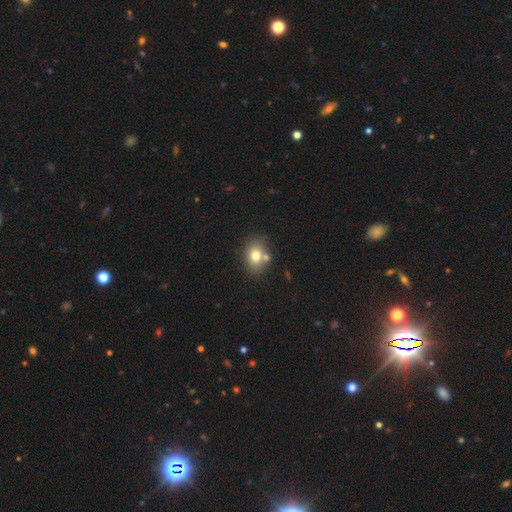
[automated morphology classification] Smooth or featured? Predicted: smooth (p=0.76). How rounded? Predicted: in between (p=0.61). Merging? Predicted: none (p=0.66).